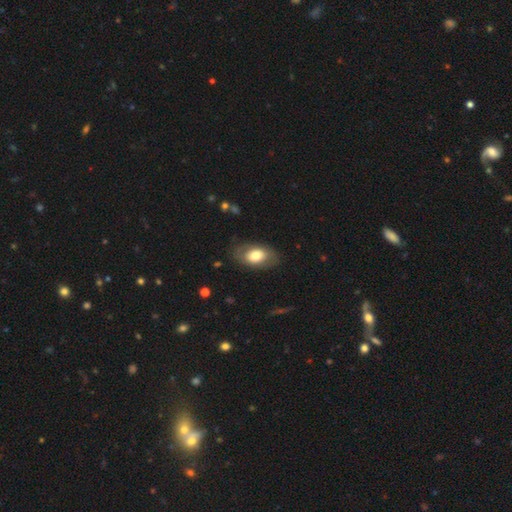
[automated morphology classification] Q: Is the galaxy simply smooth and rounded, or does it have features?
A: smooth — 67%.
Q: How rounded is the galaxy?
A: in between — 90%.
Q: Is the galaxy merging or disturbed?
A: none — 77%.